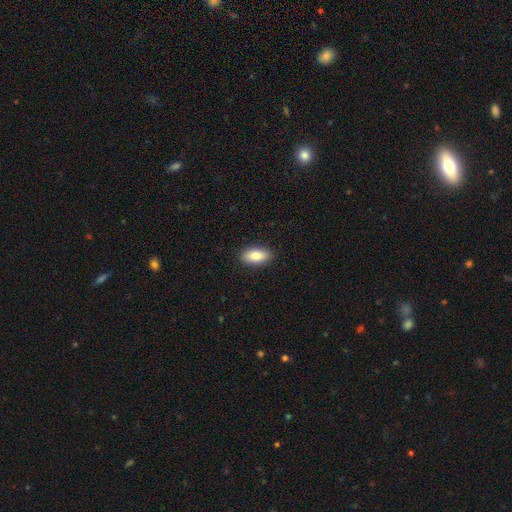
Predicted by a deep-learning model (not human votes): Smooth or featured: smooth — 84% (featured or disk — 9%)
How rounded: in between — 89% (cigar-shaped — 7%)
Merging: none — 90% (minor disturbance — 8%)